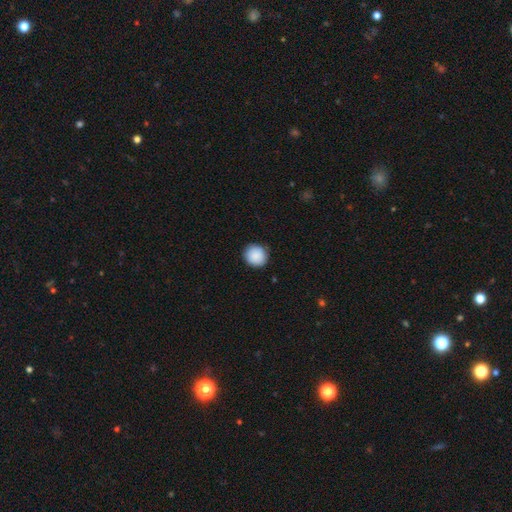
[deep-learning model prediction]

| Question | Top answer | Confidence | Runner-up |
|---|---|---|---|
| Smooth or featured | smooth | 89% | star or artifact (7%) |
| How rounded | round | 90% | in between (9%) |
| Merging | none | 88% | minor disturbance (9%) |